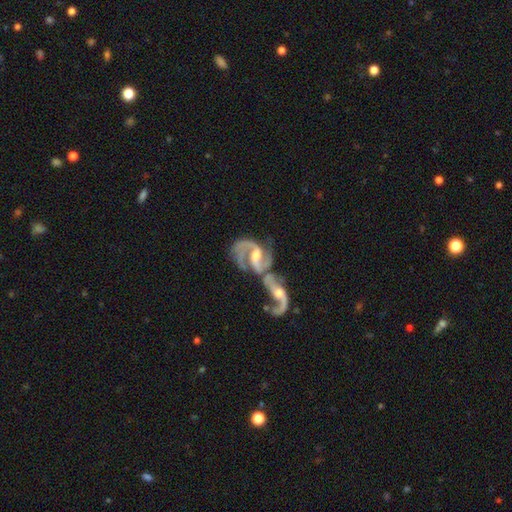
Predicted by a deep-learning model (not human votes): This is clearly a featured or disk galaxy (90%). It is clearly not viewed edge-on (97%). Bar: possibly weak (49%). Spiral arm pattern: clearly yes (96%). Spiral arm count: clearly 2 (84%). Spiral winding: possibly medium (45%). Central bulge: possibly moderate (56%). Merging: likely merger (72%).